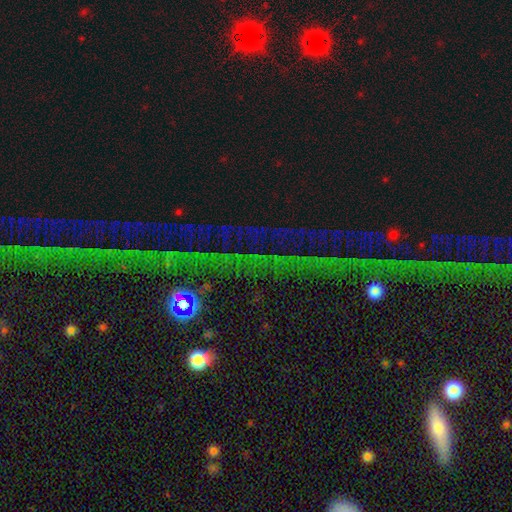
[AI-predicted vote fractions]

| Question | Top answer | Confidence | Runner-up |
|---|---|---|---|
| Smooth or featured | star or artifact | 76% | smooth (12%) |